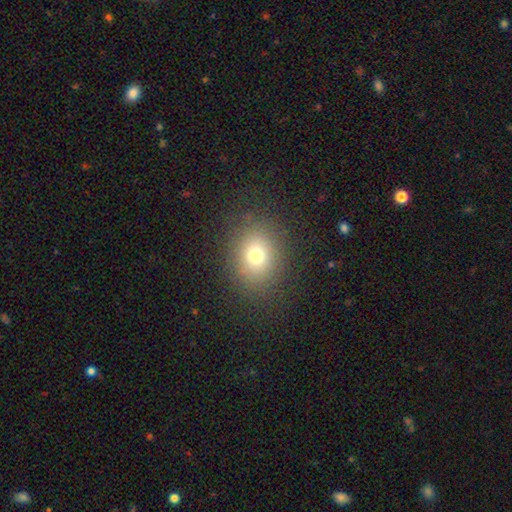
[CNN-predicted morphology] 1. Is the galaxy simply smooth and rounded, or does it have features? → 73% smooth, 16% star or artifact, 12% featured or disk.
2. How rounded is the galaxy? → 61% round, 38% in between, 1% cigar-shaped.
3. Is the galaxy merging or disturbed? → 85% none, 9% minor disturbance, 5% major disturbance, 1% merger.